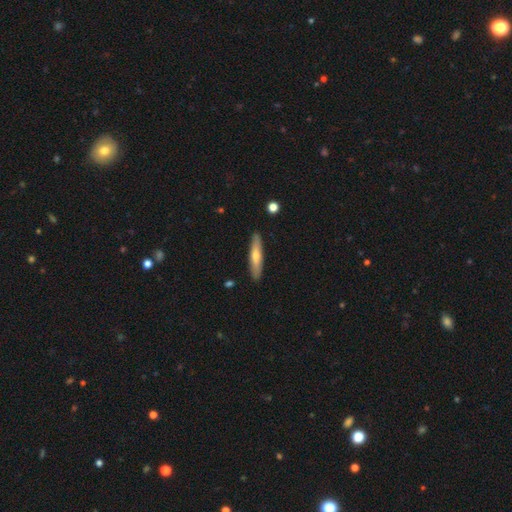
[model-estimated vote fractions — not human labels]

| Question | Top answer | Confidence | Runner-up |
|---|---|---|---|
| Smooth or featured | smooth | 56% | featured or disk (39%) |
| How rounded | cigar-shaped | 84% | in between (14%) |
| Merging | none | 89% | minor disturbance (8%) |